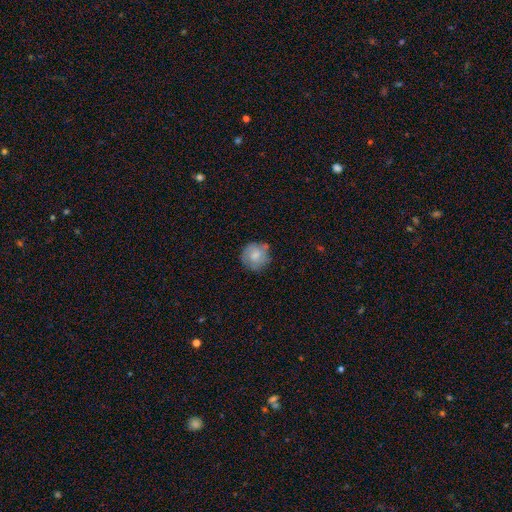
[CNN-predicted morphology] Overall: smooth (73%). How rounded: round (91%). Merging: none (72%).